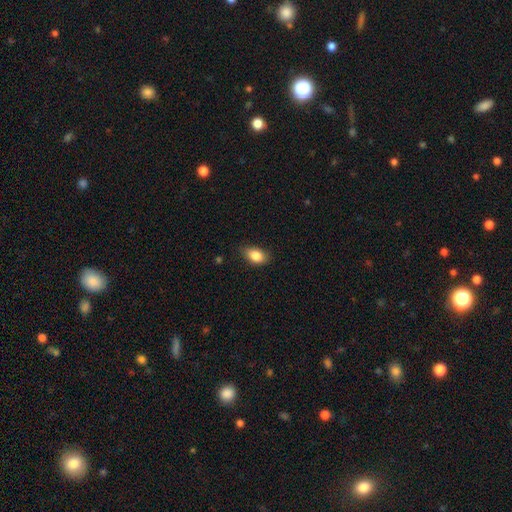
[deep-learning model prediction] smooth_or_featured: smooth (p=0.84) [alt: star or artifact p=0.08]
how_rounded: in between (p=0.84) [alt: round p=0.14]
merging: none (p=0.78) [alt: minor disturbance p=0.18]